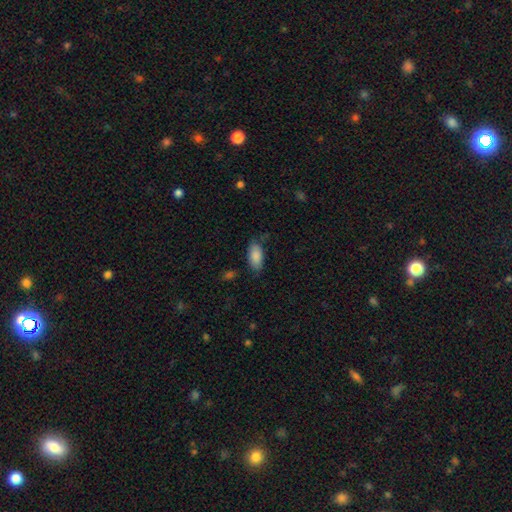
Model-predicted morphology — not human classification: This appears to be a smooth galaxy with no disk features (87%) that is in between round and cigar-shaped (92%). Merging: none (75%).